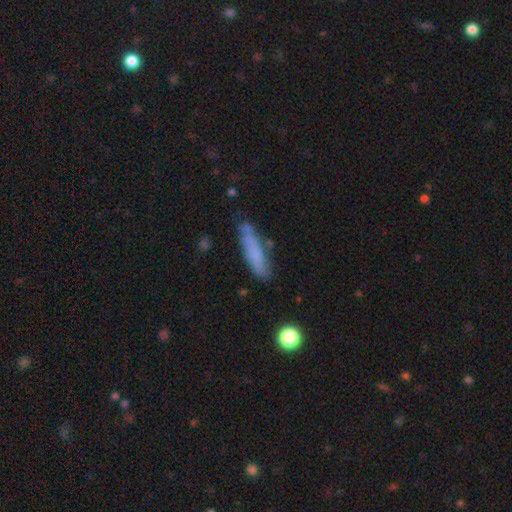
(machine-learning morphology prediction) This is likely a smooth galaxy (69%). How rounded: likely cigar-shaped (76%). Merging: likely none (67%).